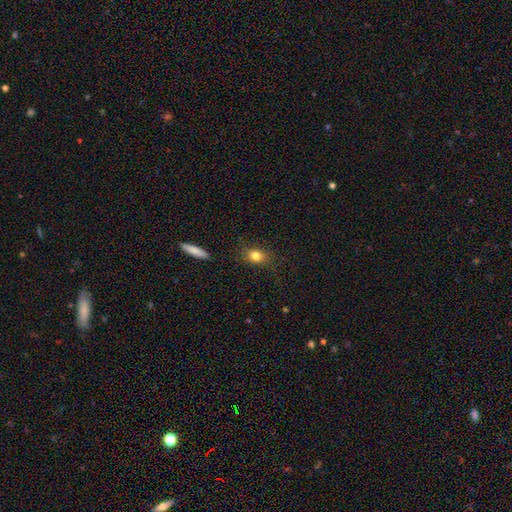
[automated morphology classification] A smooth galaxy with no disk features (82%) that is in between round and cigar-shaped (60%). Merging: none (82%).